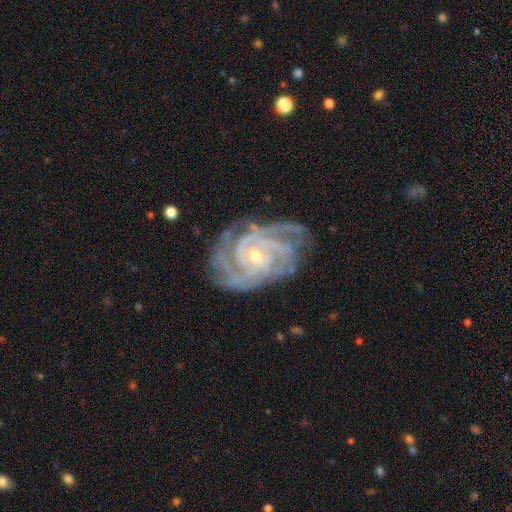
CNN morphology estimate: The model was most divided on "spiral arm count": 4: 29%, 3: 28%, can't tell: 15%, 2: 13%, more than 4: 10%, 1: 7%. More confident: spiral arms — yes (98%); edge-on disk — no (97%); smooth or featured — featured or disk (91%); merging — none (73%); spiral winding — tight (72%); bar — no (64%); bulge size — small (64%).